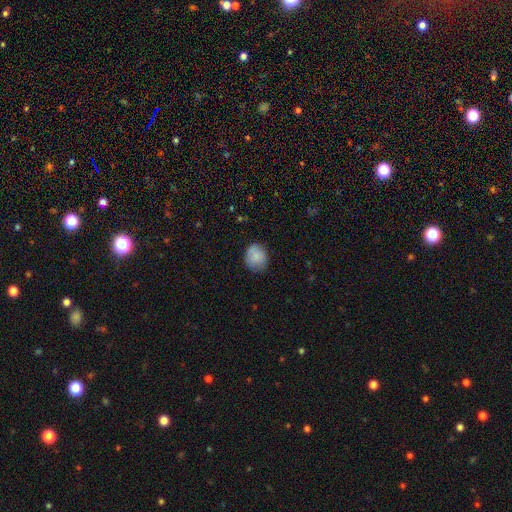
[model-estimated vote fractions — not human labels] Morphology: type=smooth (84%); roundness=round (75%); merging=none (76%).